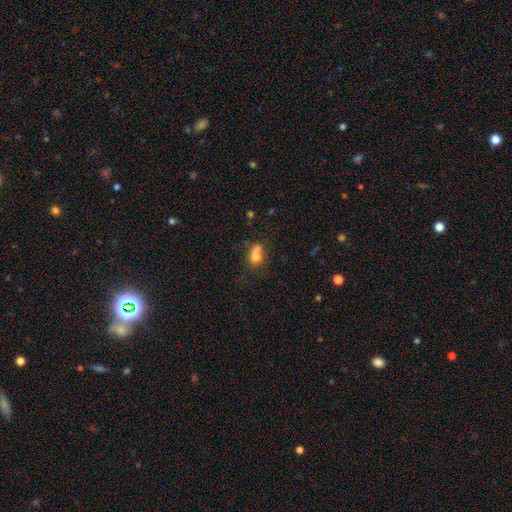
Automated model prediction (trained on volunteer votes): Smooth or featured?
  - smooth: 74% *
  - featured or disk: 14%
  - star or artifact: 12%
How rounded?
  - in between: 57% *
  - round: 41%
  - cigar-shaped: 2%
Merging?
  - none: 35% *
  - merger: 33%
  - minor disturbance: 20%
  - major disturbance: 13%